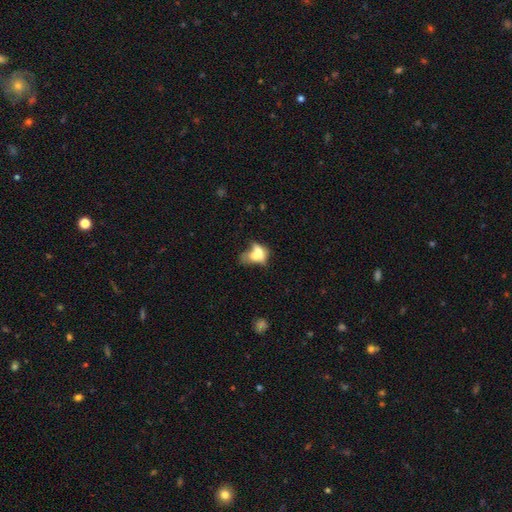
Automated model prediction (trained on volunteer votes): smooth 57%, featured or disk 32%, star or artifact 11%. Down the decision tree: how rounded — in between (72%); merging — merger (57%).